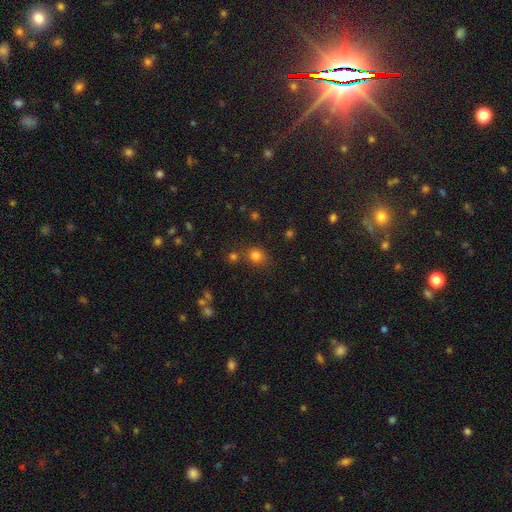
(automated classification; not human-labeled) smooth 78%, star or artifact 16%, featured or disk 6%. Down the decision tree: how rounded — round (73%); merging — none (68%).